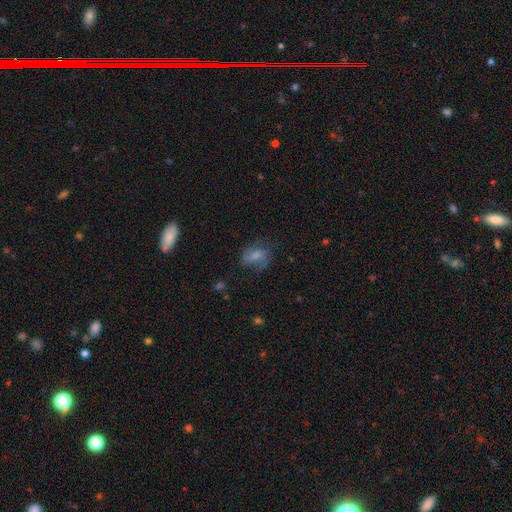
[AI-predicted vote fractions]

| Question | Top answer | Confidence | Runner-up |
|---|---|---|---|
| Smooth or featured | smooth | 50% | featured or disk (41%) |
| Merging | none | 57% | minor disturbance (24%) |